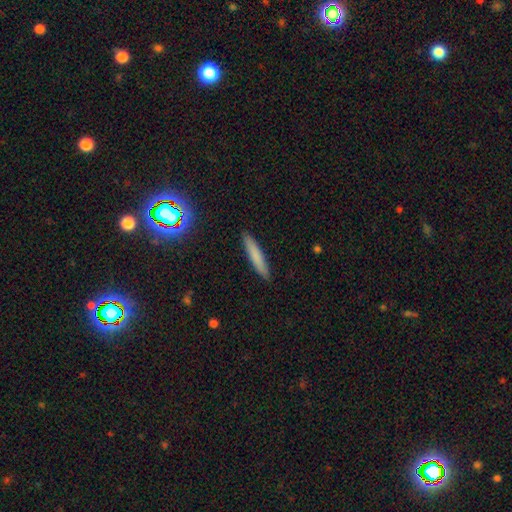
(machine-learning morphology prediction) type=smooth (76%); roundness=cigar-shaped (92%); merging=none (90%).